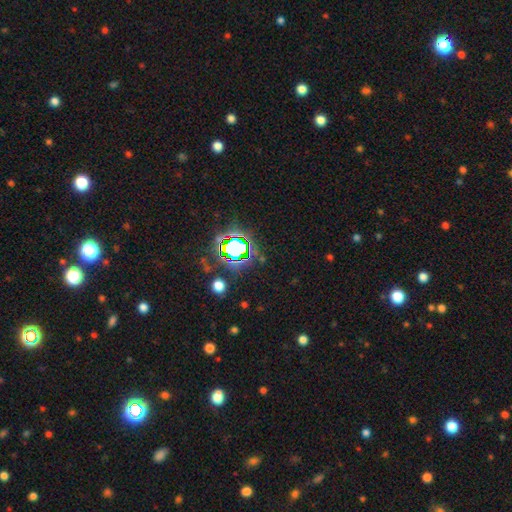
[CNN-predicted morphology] Smooth or featured?
  - star or artifact: 79% *
  - smooth: 13%
  - featured or disk: 8%